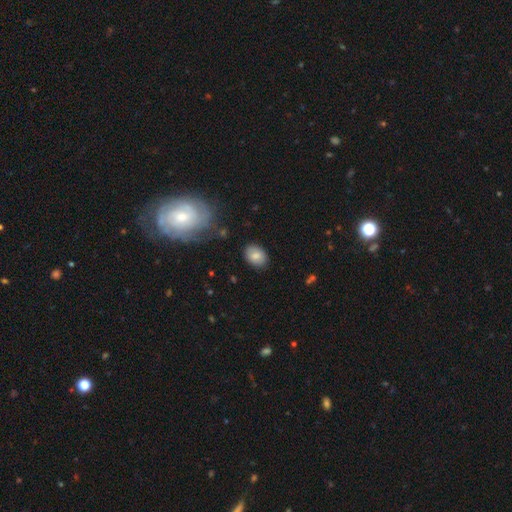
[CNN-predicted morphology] This appears to be a smooth galaxy with no disk features (81%) that is in between round and cigar-shaped (76%). Merging: none (85%).